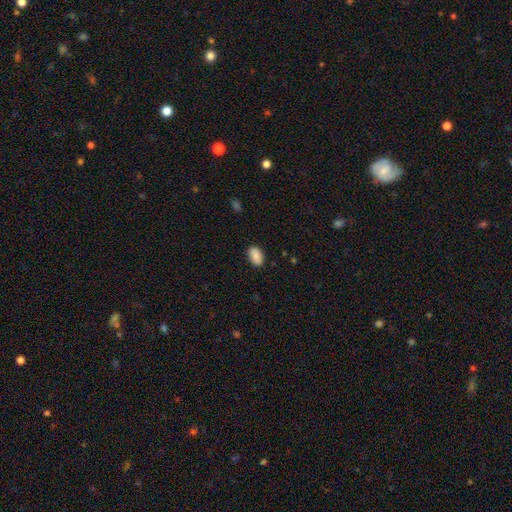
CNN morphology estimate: smooth_or_featured: smooth (p=0.87) [alt: star or artifact p=0.07]
how_rounded: in between (p=0.92) [alt: round p=0.07]
merging: none (p=0.85) [alt: minor disturbance p=0.11]